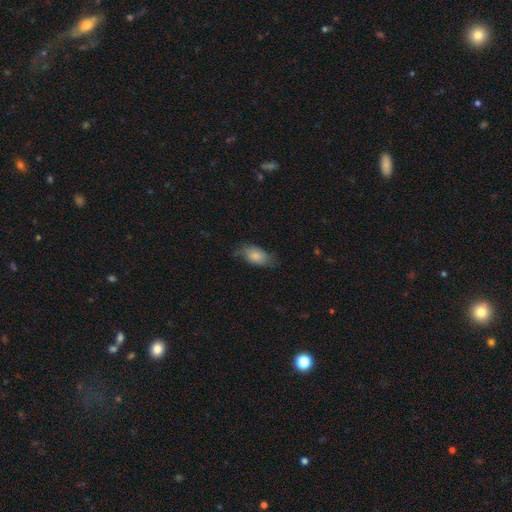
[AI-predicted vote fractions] Smooth or featured? smooth (72%)
How rounded? in between (92%)
Merging? none (56%)